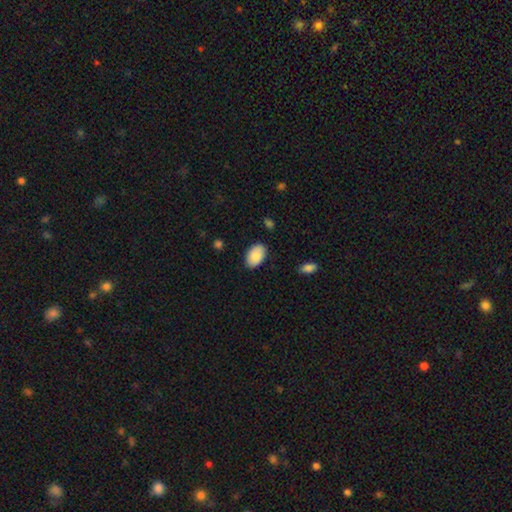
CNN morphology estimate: Smooth or featured? smooth (88%)
How rounded? in between (92%)
Merging? none (85%)